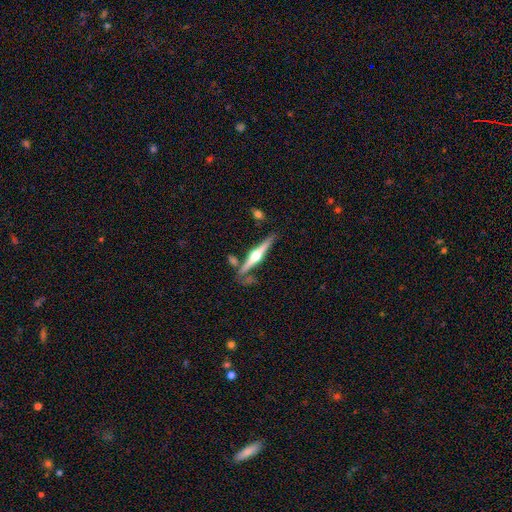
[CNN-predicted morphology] Smooth or featured: featured or disk — 80% (smooth — 15%)
Edge-on disk: yes — 98% (no — 2%)
Edge-on bulge: rounded — 95% (boxy — 3%)
Merging: none — 79% (minor disturbance — 11%)